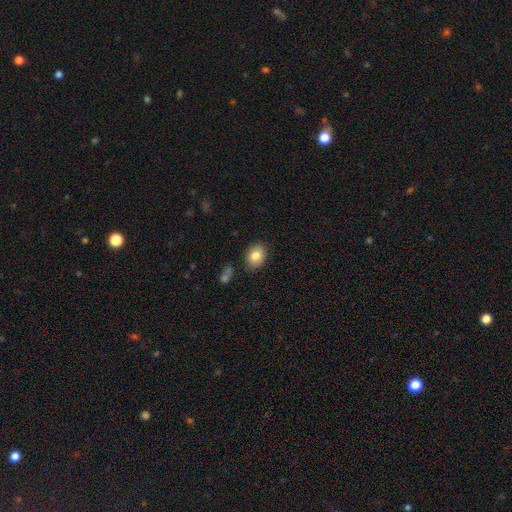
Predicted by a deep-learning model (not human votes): A smooth galaxy with no disk features (83%) that is in between round and cigar-shaped (66%). Merging: none (84%).